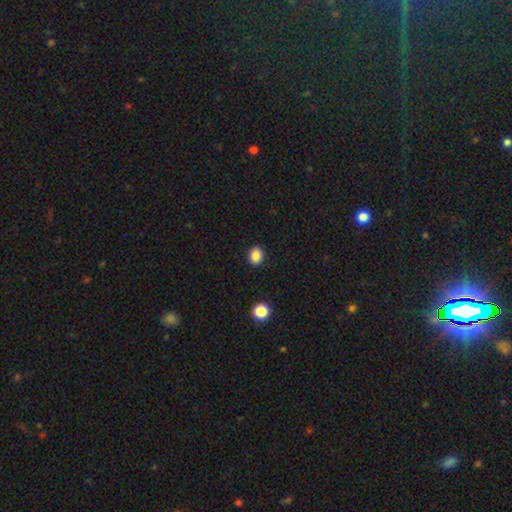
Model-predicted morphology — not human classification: Smooth or featured?
  - smooth: 87% *
  - star or artifact: 10%
  - featured or disk: 3%
How rounded?
  - round: 51% *
  - in between: 48%
  - cigar-shaped: 1%
Merging?
  - none: 91% *
  - minor disturbance: 6%
  - major disturbance: 2%
  - merger: 1%